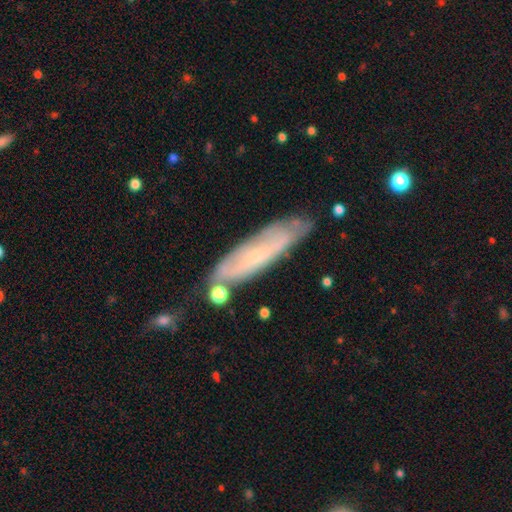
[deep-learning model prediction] smooth_or_featured: featured or disk (p=0.54) [alt: smooth p=0.38]
disk_edge_on: no (p=0.62) [alt: yes p=0.38]
merging: none (p=0.68) [alt: minor disturbance p=0.20]